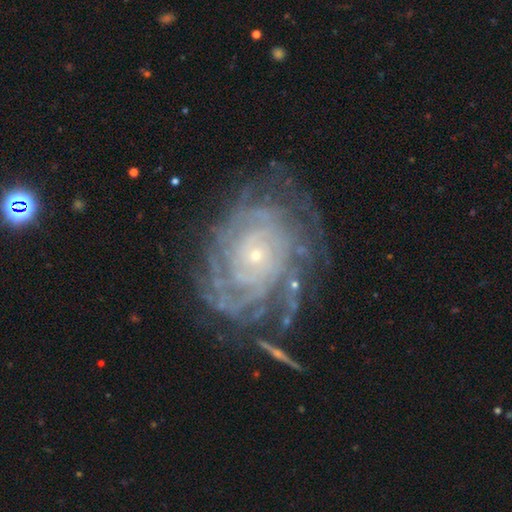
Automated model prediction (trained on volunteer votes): This appears to be a featured or disk galaxy (87%) with no bar (82%), tight (79%) spiral arms (95%) and a small central bulge (86%). Merging: none (64%).